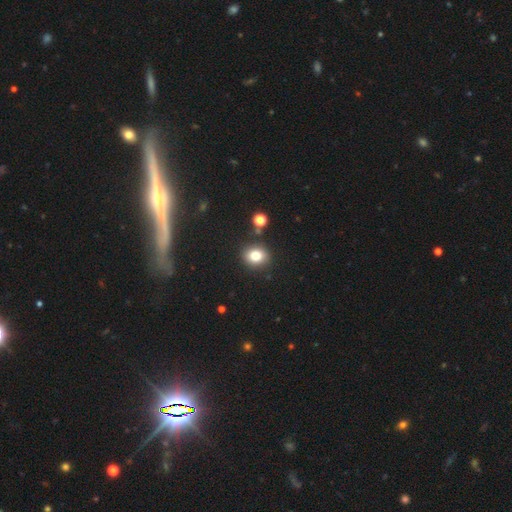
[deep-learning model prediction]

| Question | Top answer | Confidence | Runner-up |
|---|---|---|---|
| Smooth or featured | smooth | 80% | star or artifact (12%) |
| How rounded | round | 71% | in between (28%) |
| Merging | none | 85% | minor disturbance (8%) |